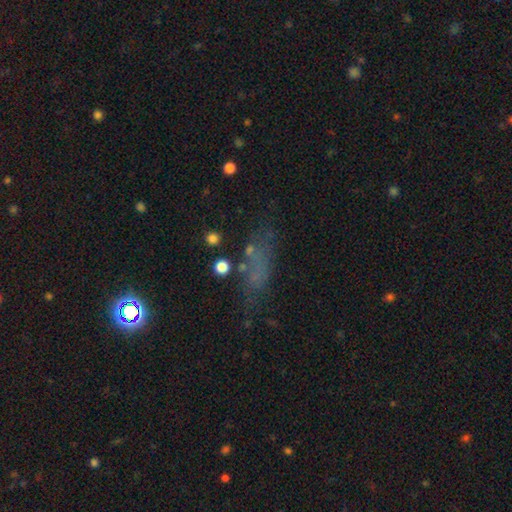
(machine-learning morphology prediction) Smooth or featured? smooth (48%)
Merging? none (53%)